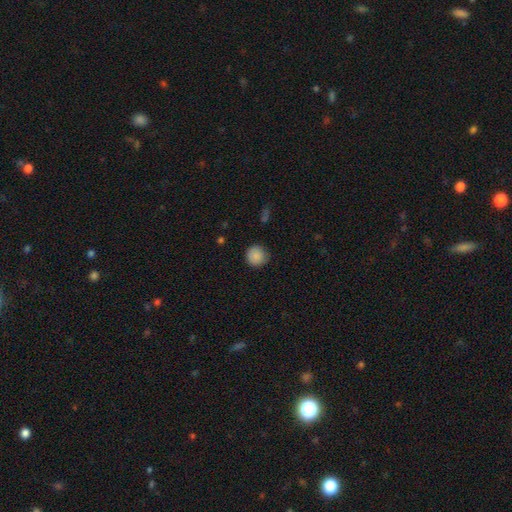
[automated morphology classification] This appears to be a smooth galaxy with no disk features (88%) that is round (92%). Merging: none (85%).